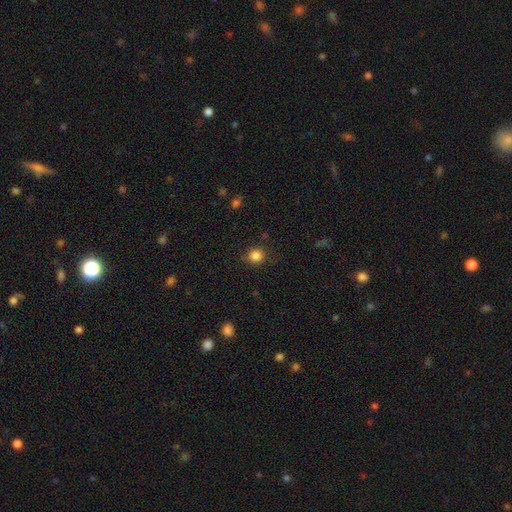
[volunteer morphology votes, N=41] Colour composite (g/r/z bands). It shows a smooth galaxy with no disk features (85%) that is round (83%). Merging: none (84%).